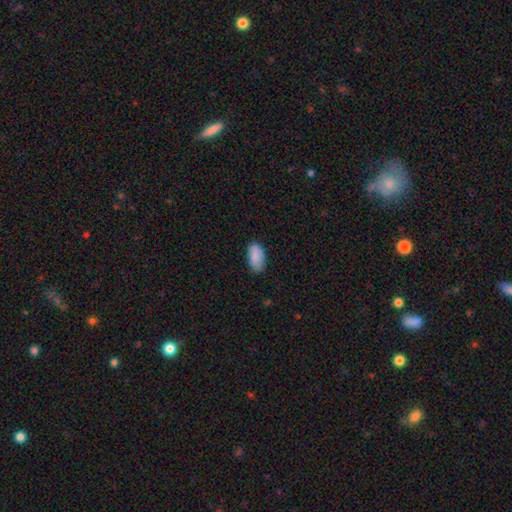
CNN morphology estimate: This appears to be a smooth galaxy with no disk features (88%) that is in between round and cigar-shaped (94%). Merging: none (82%).